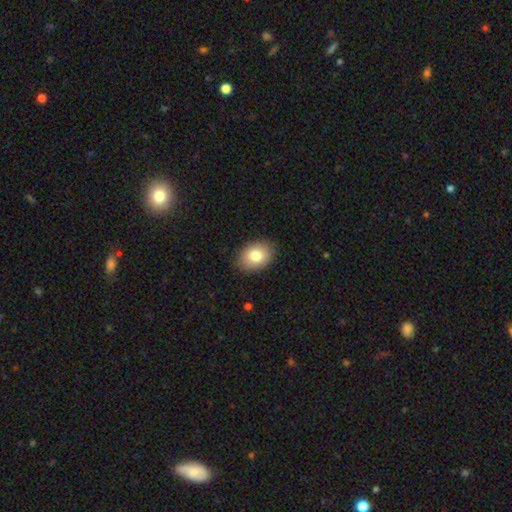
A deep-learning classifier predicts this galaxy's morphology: type=smooth (82%); roundness=in between (77%); merging=none (86%).